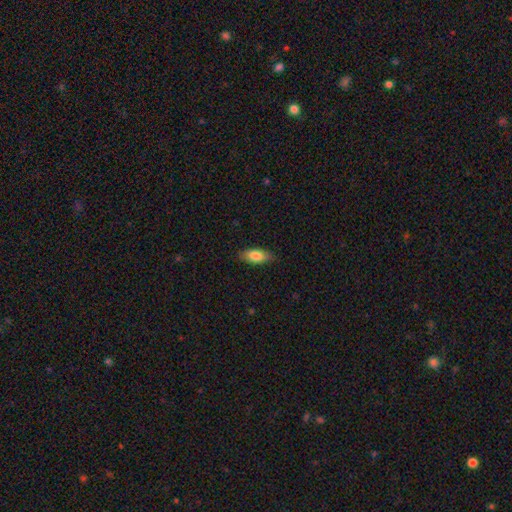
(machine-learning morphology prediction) smooth 81%, featured or disk 13%, star or artifact 6%. Down the decision tree: how rounded — in between (81%); merging — none (84%).